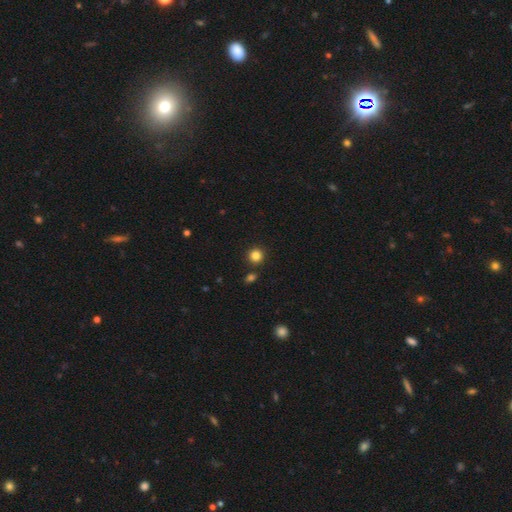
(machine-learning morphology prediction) Smooth or featured? smooth (83%)
How rounded? round (93%)
Merging? none (87%)